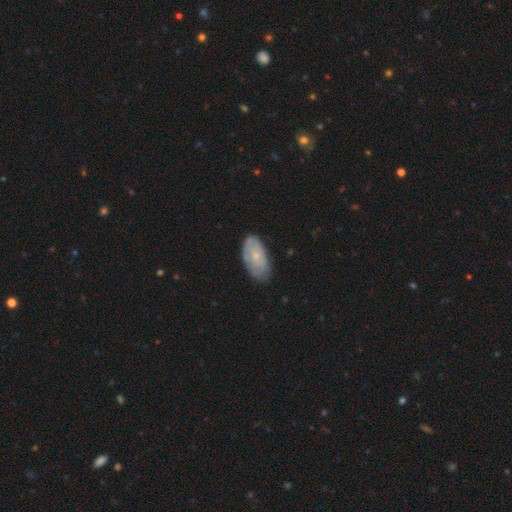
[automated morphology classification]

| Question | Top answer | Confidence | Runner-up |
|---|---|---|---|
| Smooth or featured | smooth | 58% | featured or disk (36%) |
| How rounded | in between | 93% | round (3%) |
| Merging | none | 69% | minor disturbance (24%) |